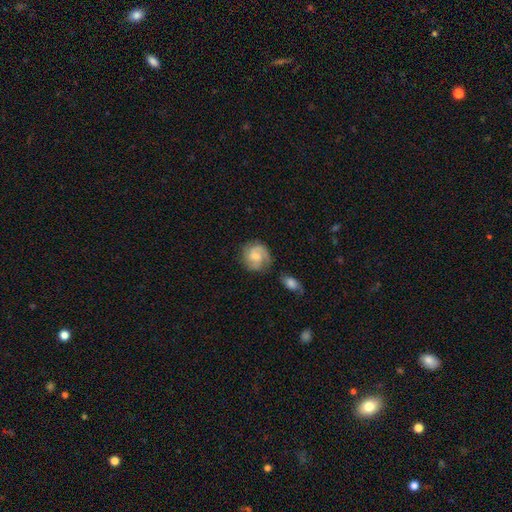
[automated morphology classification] Smooth or featured? featured or disk (73%)
Edge-on disk? no (98%)
Bar? no (49%)
Spiral arms? yes (95%)
Spiral winding? medium (47%)
Spiral arm count? 2 (73%)
Bulge size? moderate (42%)
Merging? none (68%)